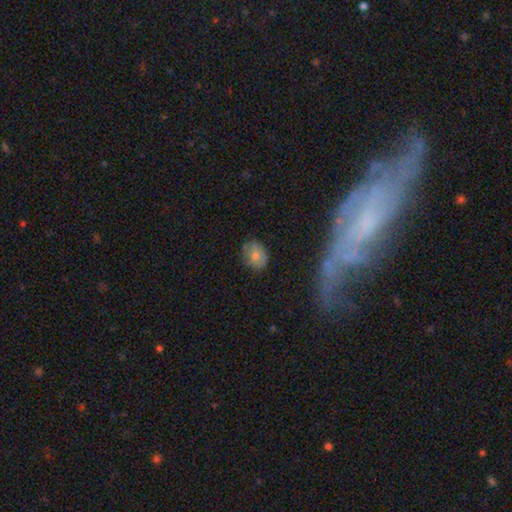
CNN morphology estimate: A smooth galaxy with no disk features (68%) that is in between round and cigar-shaped (50%). Merging: none (78%).